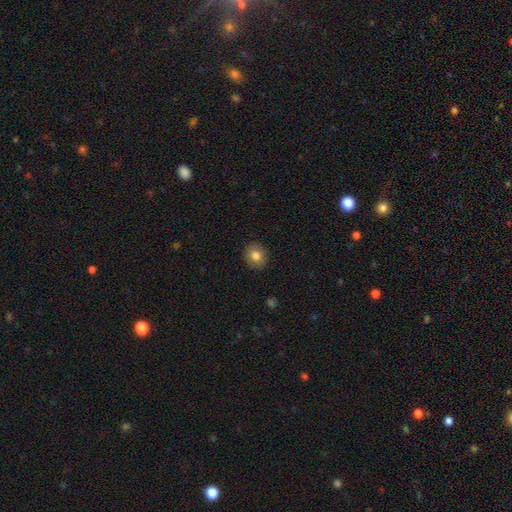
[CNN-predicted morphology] smooth_or_featured: smooth (p=0.81) [alt: featured or disk p=0.10]
how_rounded: round (p=0.70) [alt: in between p=0.29]
merging: none (p=0.90) [alt: minor disturbance p=0.07]